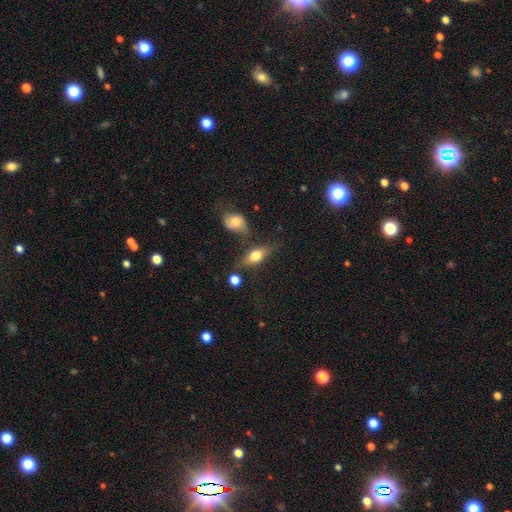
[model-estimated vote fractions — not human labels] Smooth or featured?
  - smooth: 59% *
  - featured or disk: 32%
  - star or artifact: 9%
How rounded?
  - in between: 73% *
  - cigar-shaped: 18%
  - round: 9%
Merging?
  - none: 63% *
  - minor disturbance: 18%
  - merger: 11%
  - major disturbance: 8%